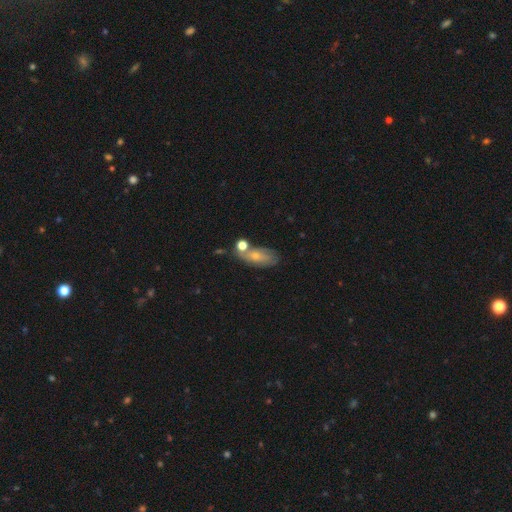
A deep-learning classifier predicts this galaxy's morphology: smooth_or_featured: smooth (p=0.60) [alt: featured or disk p=0.30]
how_rounded: in between (p=0.81) [alt: cigar-shaped p=0.11]
merging: none (p=0.49) [alt: minor disturbance p=0.21]